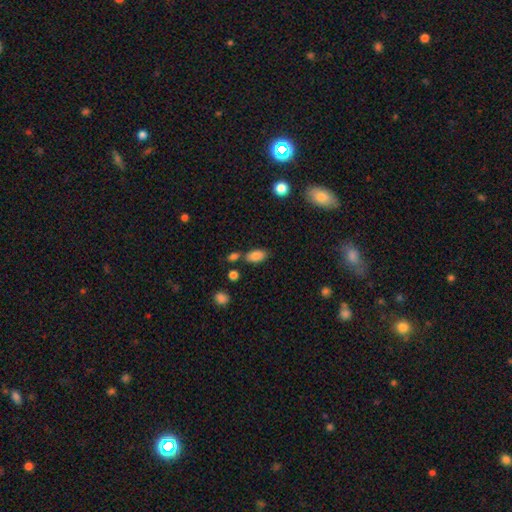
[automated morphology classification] Overall: smooth (84%). How rounded: in between (91%). Merging: none (68%).